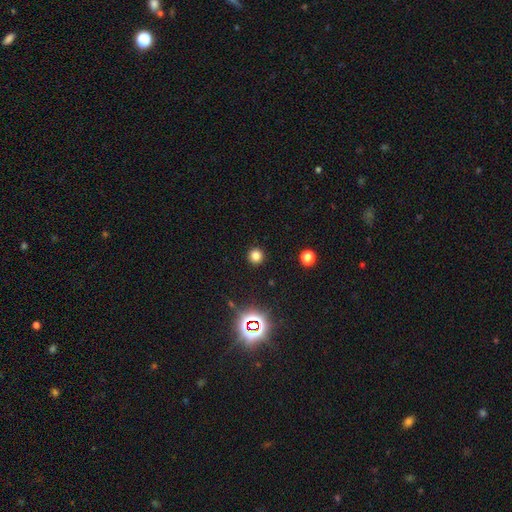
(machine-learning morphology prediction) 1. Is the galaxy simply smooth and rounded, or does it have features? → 78% smooth, 17% star or artifact, 4% featured or disk.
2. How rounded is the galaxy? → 94% round, 5% in between, 1% cigar-shaped.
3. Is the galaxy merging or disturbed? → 92% none, 5% minor disturbance, 2% major disturbance, 1% merger.